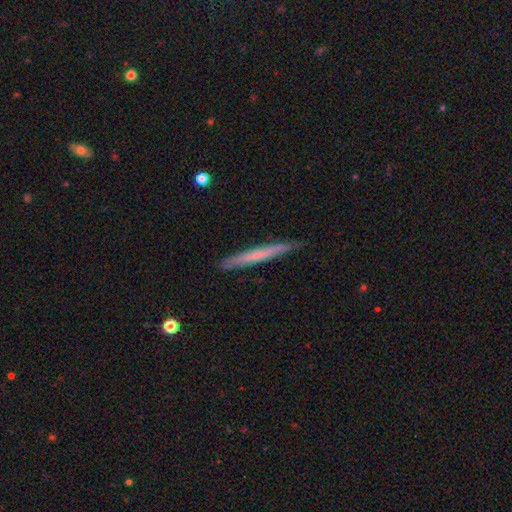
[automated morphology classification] A smooth galaxy with no disk features (56%) that is cigar-shaped (97%).

Vote fractions:
- Smooth or featured? smooth: 56% / featured or disk: 39% / star or artifact: 6%
- How rounded? cigar-shaped: 97% / in between: 2% / round: 1%
- Merging? none: 88% / minor disturbance: 10% / major disturbance: 2% / merger: 1%